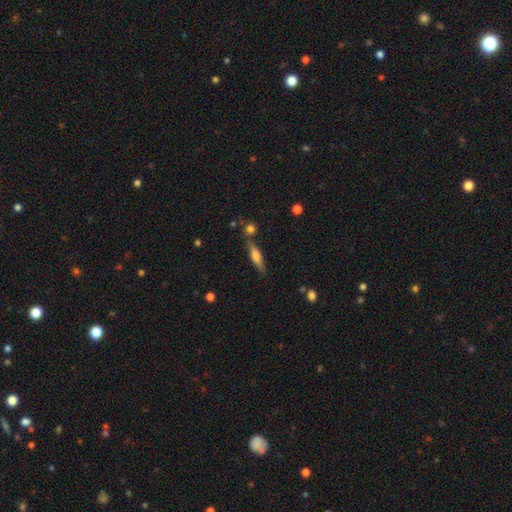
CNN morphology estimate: type=smooth (50%); roundness=cigar-shaped (76%); merging=none (76%).